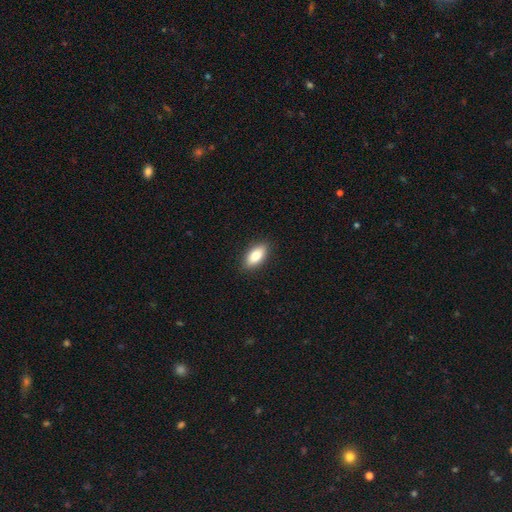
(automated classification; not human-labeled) smooth_or_featured: smooth (p=0.82) [alt: featured or disk p=0.12]
how_rounded: in between (p=0.86) [alt: cigar-shaped p=0.11]
merging: none (p=0.89) [alt: minor disturbance p=0.08]